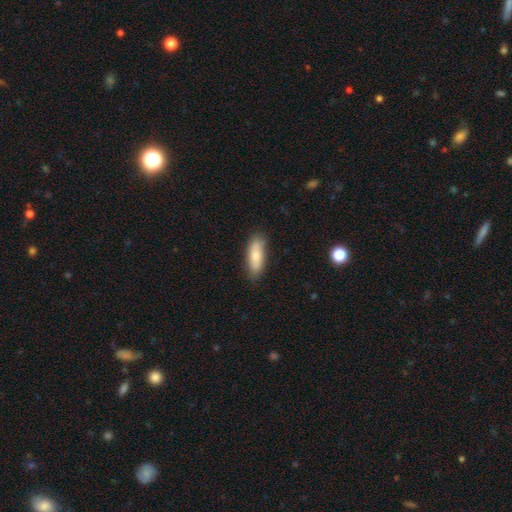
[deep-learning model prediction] The model was most divided on "how rounded": in between: 64%, cigar-shaped: 34%, round: 2%. More confident: merging — none (82%); smooth or featured — smooth (80%).